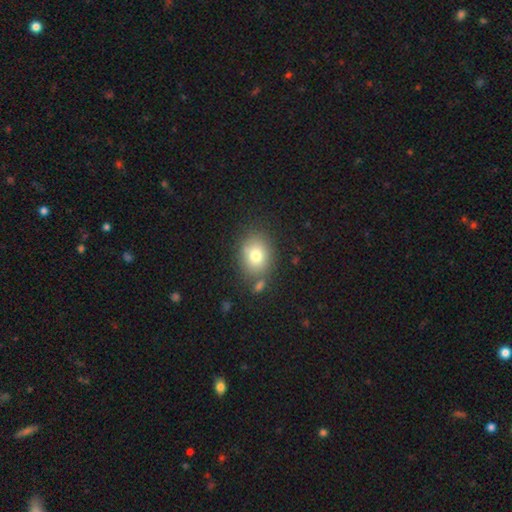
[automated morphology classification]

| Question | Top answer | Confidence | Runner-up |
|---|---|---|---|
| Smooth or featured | smooth | 78% | featured or disk (12%) |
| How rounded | round | 51% | in between (48%) |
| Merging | none | 73% | minor disturbance (13%) |